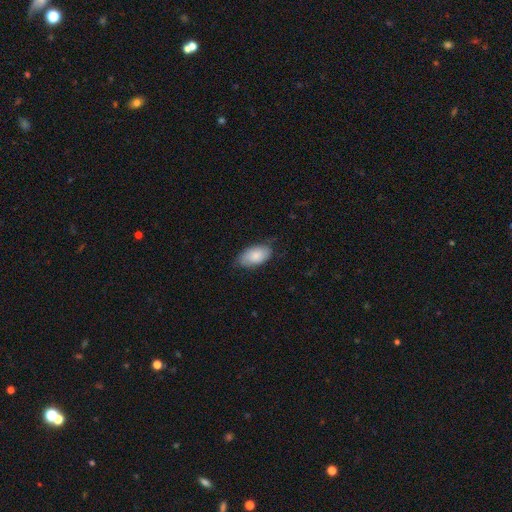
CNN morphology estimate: Overall: smooth (79%). How rounded: in between (94%). Merging: none (70%).